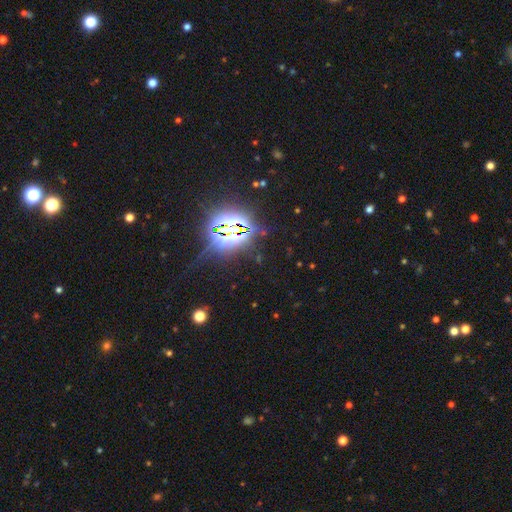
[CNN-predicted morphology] Smooth or featured? Predicted: star or artifact (p=0.85).